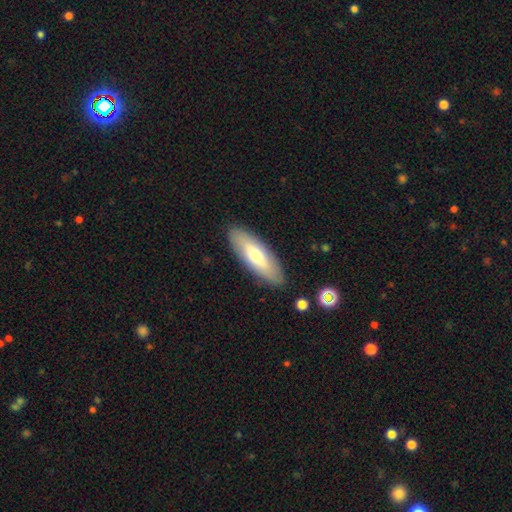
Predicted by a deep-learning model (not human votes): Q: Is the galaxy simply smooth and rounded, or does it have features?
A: smooth — 71%.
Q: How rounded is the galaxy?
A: in between — 62%.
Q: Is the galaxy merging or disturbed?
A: none — 87%.